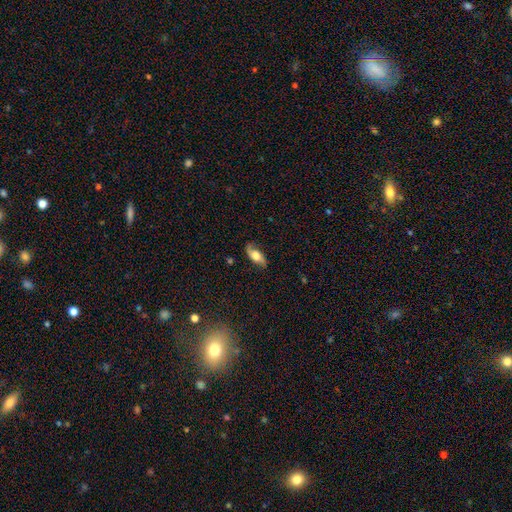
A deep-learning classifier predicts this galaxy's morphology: This is possibly a featured or disk galaxy (47%). Merging: likely none (77%).